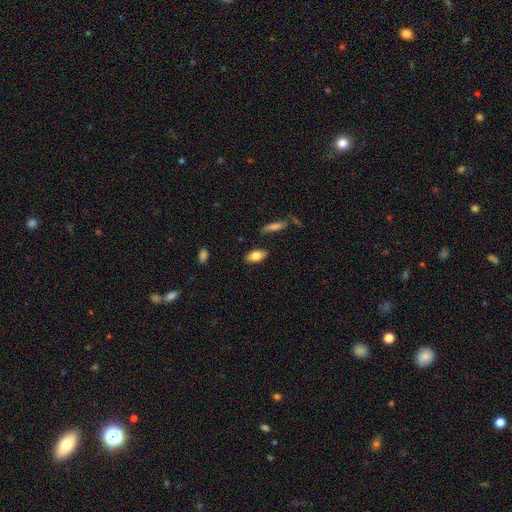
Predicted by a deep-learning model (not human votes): smooth_or_featured: smooth (p=0.81) [alt: featured or disk p=0.12]
how_rounded: in between (p=0.92) [alt: round p=0.04]
merging: none (p=0.85) [alt: minor disturbance p=0.10]